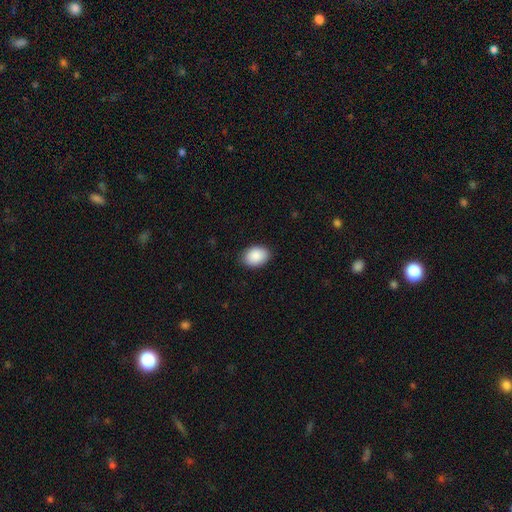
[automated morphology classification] Smooth or featured: smooth — 90% (star or artifact — 7%)
How rounded: in between — 78% (round — 21%)
Merging: none — 87% (minor disturbance — 10%)